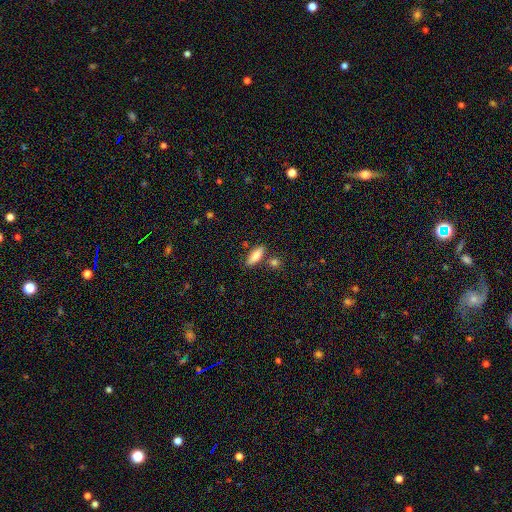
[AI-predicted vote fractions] Overall: smooth (78%). How rounded: in between (63%; cigar-shaped 34%). Merging: none (76%).